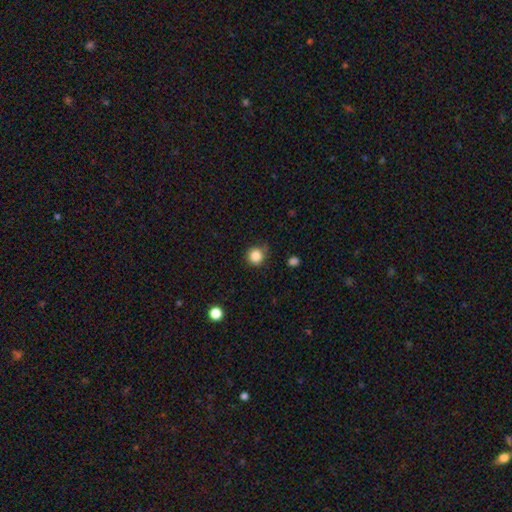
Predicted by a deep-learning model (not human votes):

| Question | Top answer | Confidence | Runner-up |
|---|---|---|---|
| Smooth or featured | smooth | 85% | star or artifact (11%) |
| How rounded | round | 93% | in between (6%) |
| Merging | none | 79% | minor disturbance (15%) |